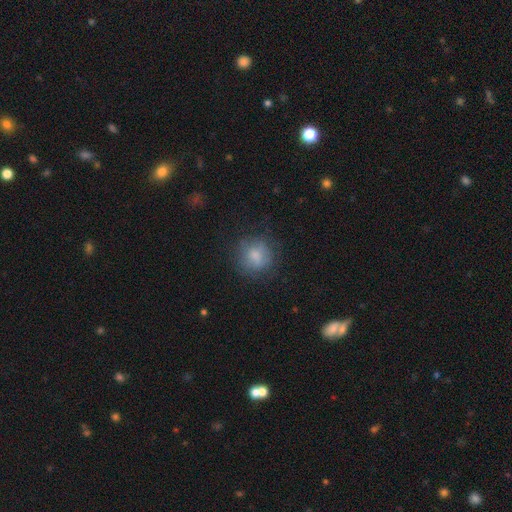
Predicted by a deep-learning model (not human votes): This is likely a smooth galaxy (74%). How rounded: clearly round (86%). Merging: likely none (72%).